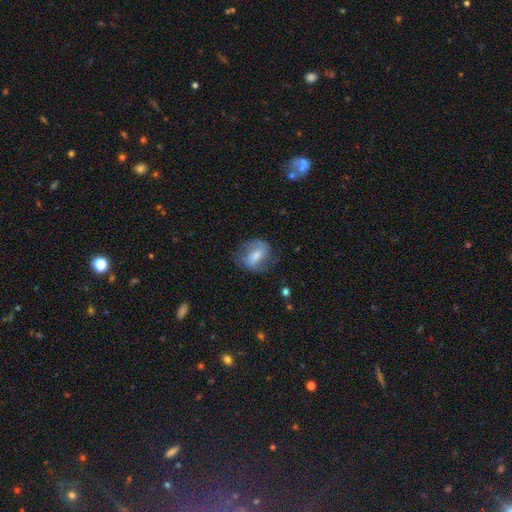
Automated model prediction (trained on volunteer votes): This appears to be a featured or disk galaxy (48%). Merging: none (67%).